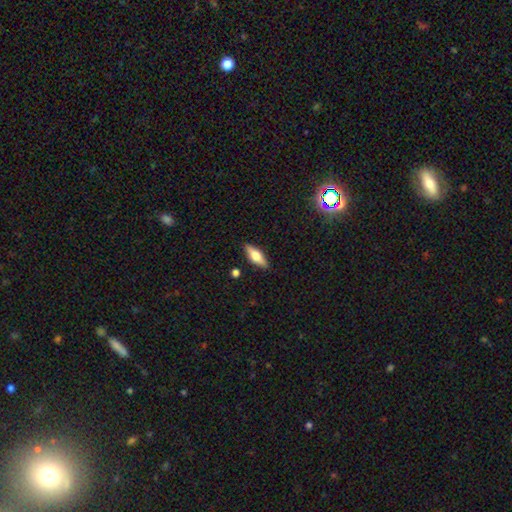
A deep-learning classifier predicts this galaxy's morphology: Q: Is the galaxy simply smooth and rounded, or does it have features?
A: smooth — 50%.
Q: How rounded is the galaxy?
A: in between — 58%.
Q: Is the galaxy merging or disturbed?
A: none — 87%.